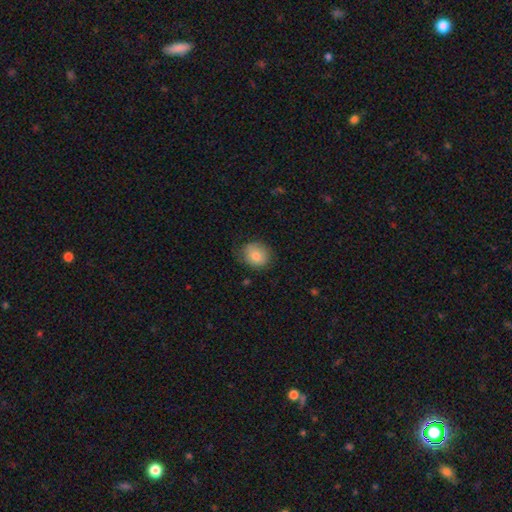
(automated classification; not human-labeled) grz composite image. It shows a smooth galaxy with no disk features (80%) that is round (70%). Merging: none (69%).